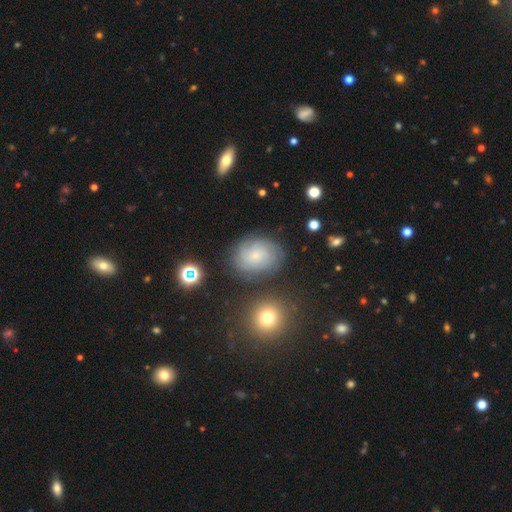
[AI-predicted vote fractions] Overall: featured or disk (64%; smooth 24%). Edge-on disk: no (97%). Bar: no (71%). Spiral arms: yes (93%). Spiral arm count: can't tell (40%; 3 20%). Spiral winding: tight (63%; medium 29%). Bulge size: small (64%). Merging: none (77%).